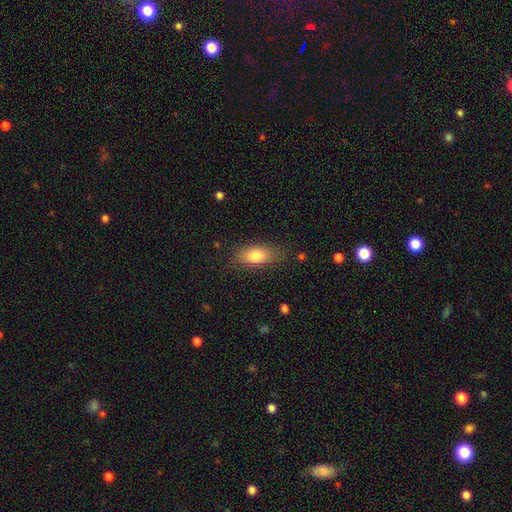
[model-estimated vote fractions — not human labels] Smooth or featured? Predicted: smooth (p=0.80). How rounded? Predicted: in between (p=0.85). Merging? Predicted: none (p=0.80).